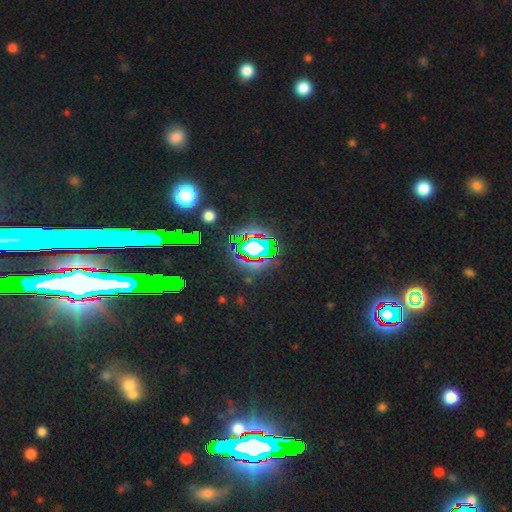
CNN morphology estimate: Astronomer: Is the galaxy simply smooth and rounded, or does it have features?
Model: star or artifact — 81%.